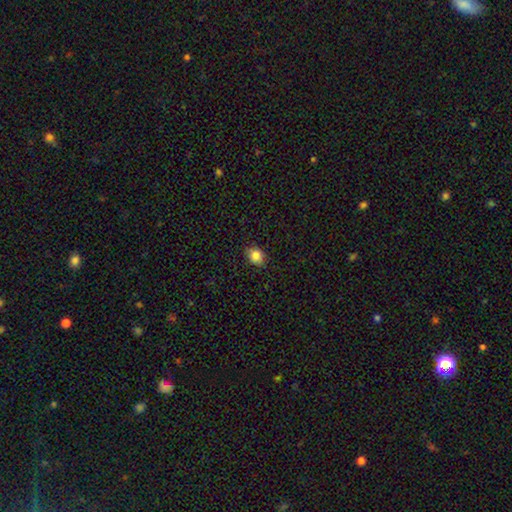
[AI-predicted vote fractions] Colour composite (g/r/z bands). It shows a smooth galaxy with no disk features (85%) that is round (51%). Merging: none (86%).